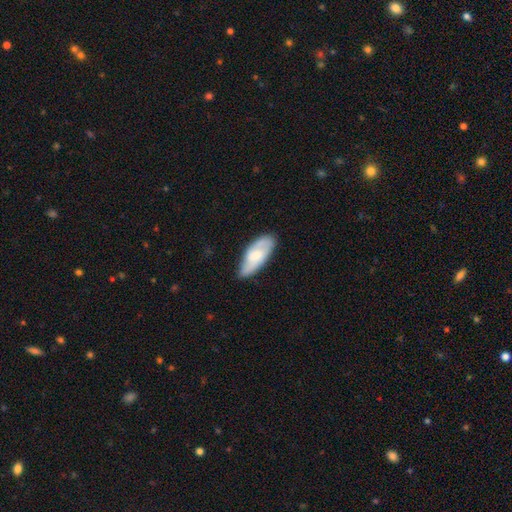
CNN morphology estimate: smooth 52%, featured or disk 42%, star or artifact 6%. Down the decision tree: how rounded — in between (83%); merging — none (74%).